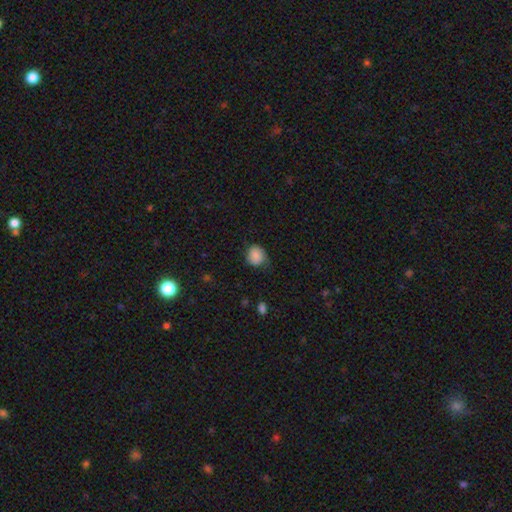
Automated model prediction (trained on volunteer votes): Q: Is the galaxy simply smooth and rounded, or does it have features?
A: smooth — 85%.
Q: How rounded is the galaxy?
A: round — 75%.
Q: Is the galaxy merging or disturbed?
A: none — 62%.